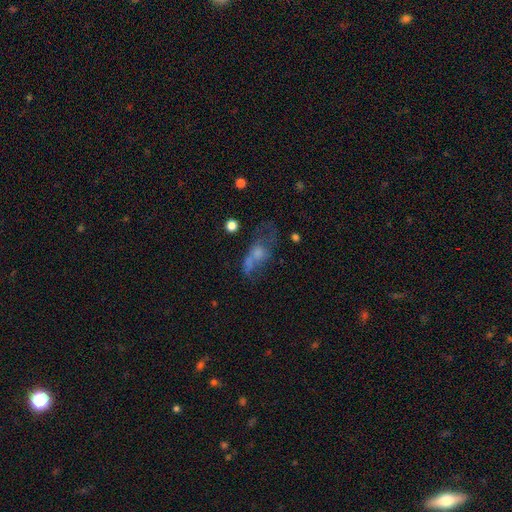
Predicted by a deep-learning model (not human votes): smooth_or_featured: smooth (p=0.42) [alt: featured or disk p=0.41]
merging: major disturbance (p=0.33) [alt: none p=0.30]